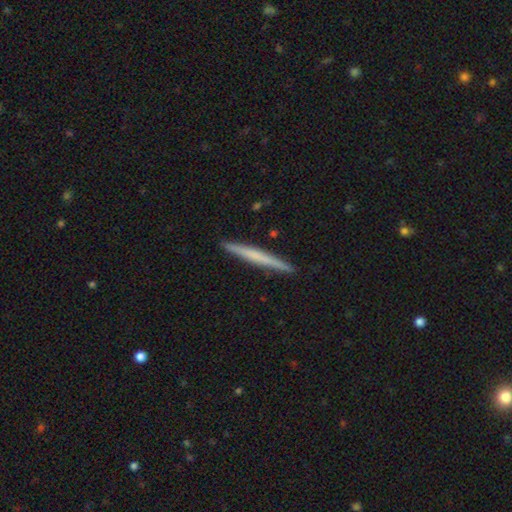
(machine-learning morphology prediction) type=smooth (49%); merging=none (93%).